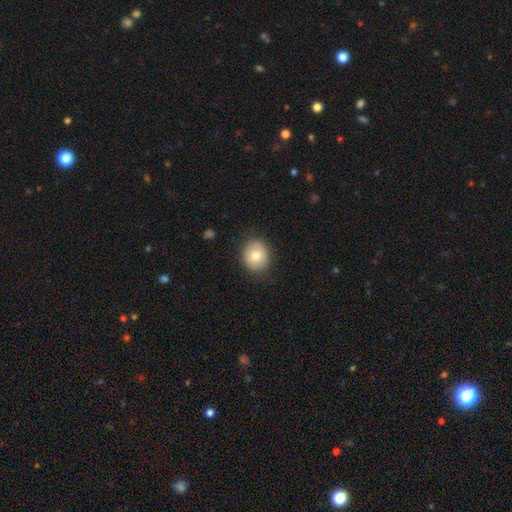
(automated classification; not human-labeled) This is likely a smooth galaxy (78%). How rounded: likely round (75%). Merging: clearly none (85%).